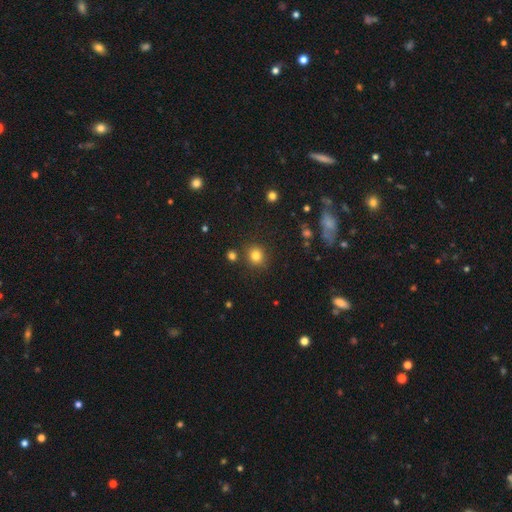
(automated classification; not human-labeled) smooth 81%, star or artifact 13%, featured or disk 6%. Down the decision tree: how rounded — round (86%); merging — none (84%).